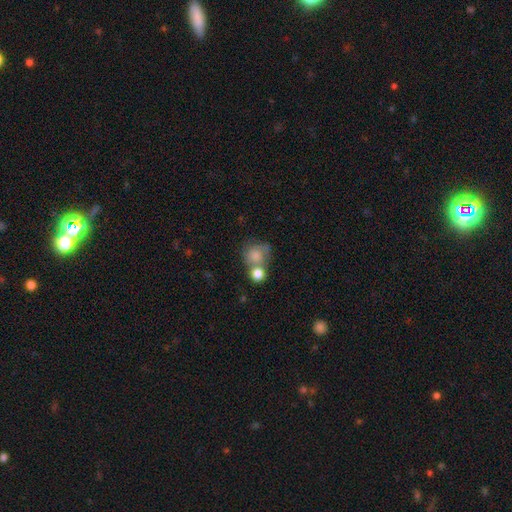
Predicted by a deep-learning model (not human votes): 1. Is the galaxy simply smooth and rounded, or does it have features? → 77% smooth, 14% featured or disk, 9% star or artifact.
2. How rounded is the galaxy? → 79% round, 20% in between, 1% cigar-shaped.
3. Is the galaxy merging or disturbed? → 48% merger, 33% none, 12% minor disturbance, 8% major disturbance.